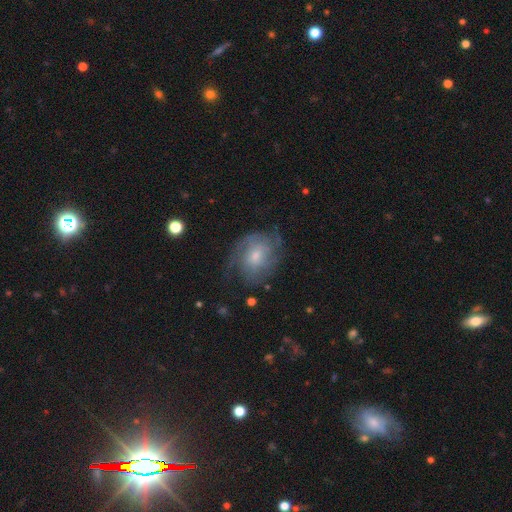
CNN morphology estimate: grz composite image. It shows a featured or disk galaxy (68%) with no bar (63%), tight (46%) spiral arms (87%) and a small central bulge (46%). Merging: none (62%).